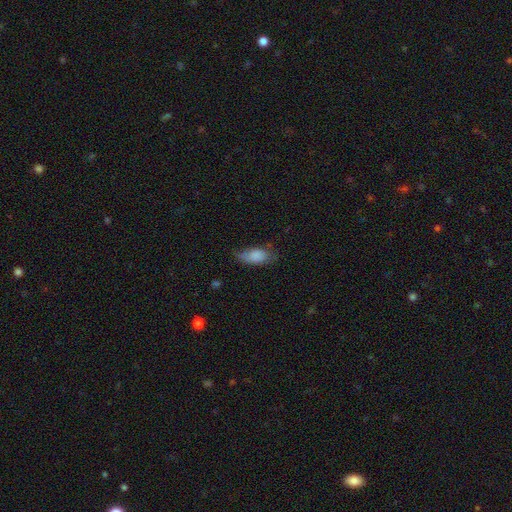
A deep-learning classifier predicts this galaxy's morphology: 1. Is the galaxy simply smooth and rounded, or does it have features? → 83% smooth, 10% featured or disk, 7% star or artifact.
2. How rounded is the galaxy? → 89% in between, 8% cigar-shaped, 3% round.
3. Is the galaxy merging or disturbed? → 57% none, 32% minor disturbance, 9% major disturbance, 2% merger.